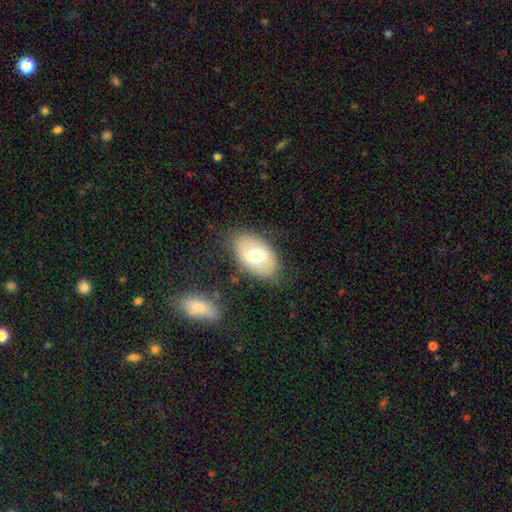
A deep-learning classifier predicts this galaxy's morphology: Smooth or featured?
  - smooth: 52% *
  - featured or disk: 40%
  - star or artifact: 8%
How rounded?
  - in between: 88% *
  - round: 10%
  - cigar-shaped: 2%
Merging?
  - none: 76% *
  - minor disturbance: 16%
  - major disturbance: 6%
  - merger: 2%